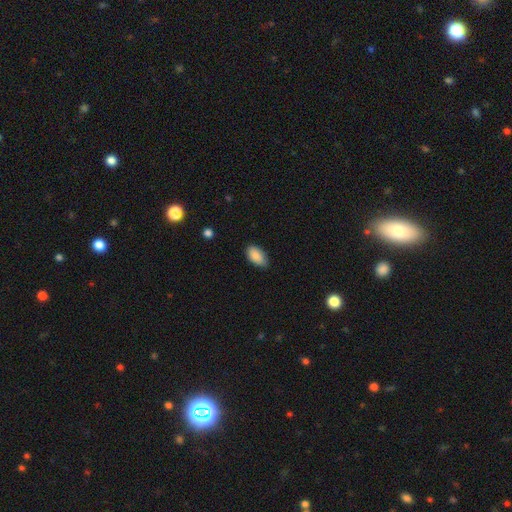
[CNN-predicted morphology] Smooth or featured? Predicted: smooth (p=0.87). How rounded? Predicted: in between (p=0.94). Merging? Predicted: none (p=0.76).